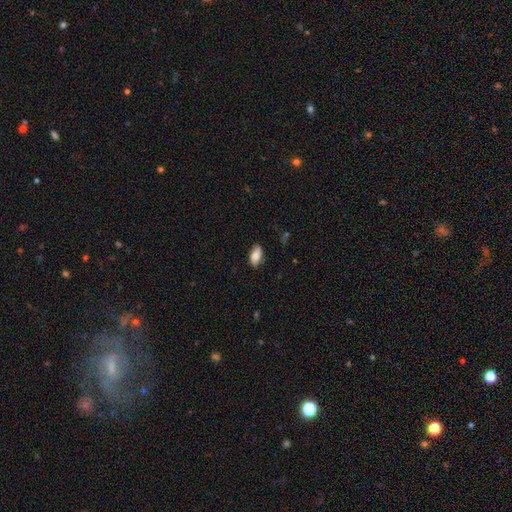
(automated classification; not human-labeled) smooth_or_featured: smooth (p=0.77) [alt: featured or disk p=0.16]
how_rounded: in between (p=0.92) [alt: cigar-shaped p=0.05]
merging: none (p=0.77) [alt: minor disturbance p=0.18]